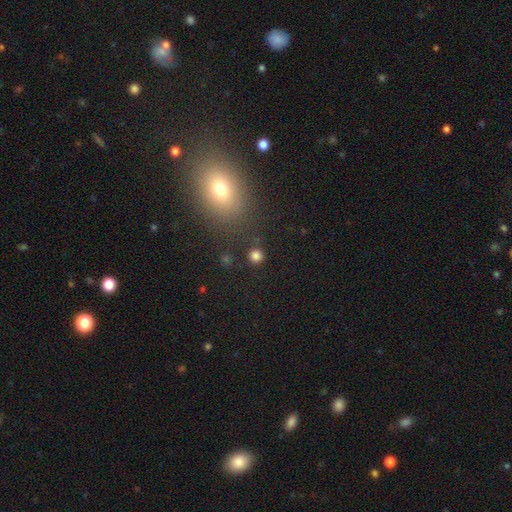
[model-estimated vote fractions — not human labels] A smooth galaxy with no disk features (81%) that is round (92%). Merging: none (86%).